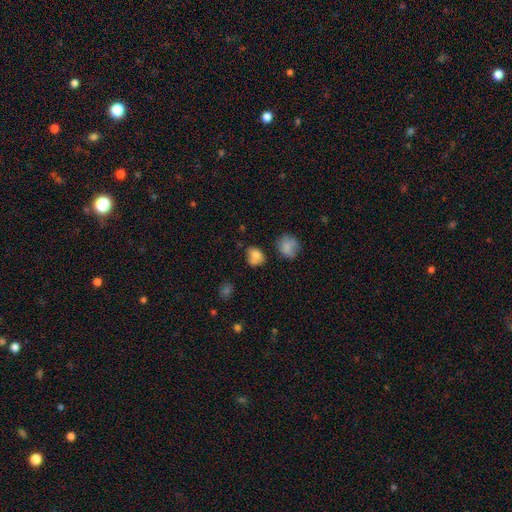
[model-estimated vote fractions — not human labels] Smooth or featured: smooth — 79% (star or artifact — 11%)
How rounded: round — 53% (in between — 46%)
Merging: none — 55% (minor disturbance — 28%)